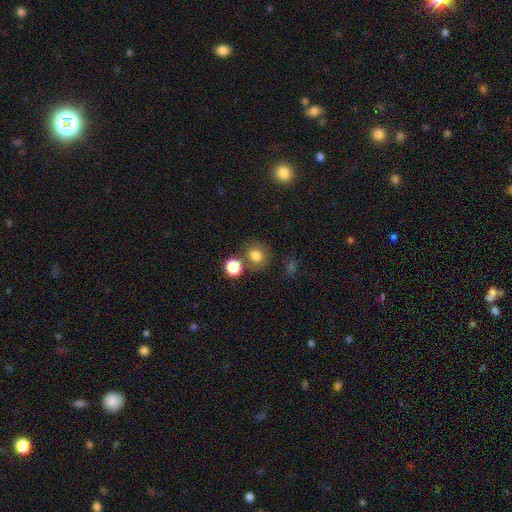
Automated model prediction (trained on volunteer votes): smooth 77%, star or artifact 15%, featured or disk 9%. Down the decision tree: how rounded — round (78%); merging — none (70%).